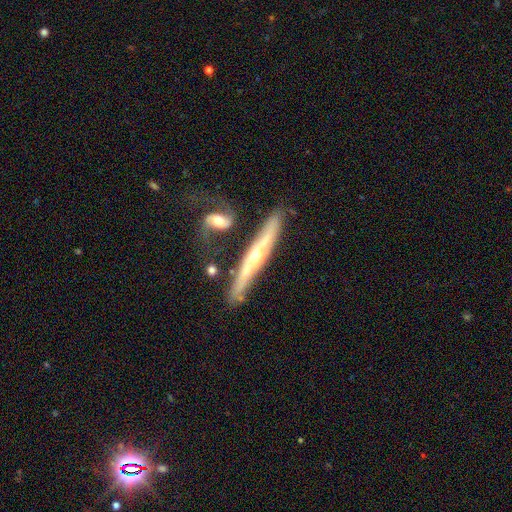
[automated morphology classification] Q: Smooth or featured?
A: featured or disk (74%); runner-up: smooth (20%)
Q: Edge-on disk?
A: yes (85%); runner-up: no (15%)
Q: Edge-on bulge?
A: rounded (81%); runner-up: none (16%)
Q: Merging?
A: none (67%); runner-up: minor disturbance (16%)